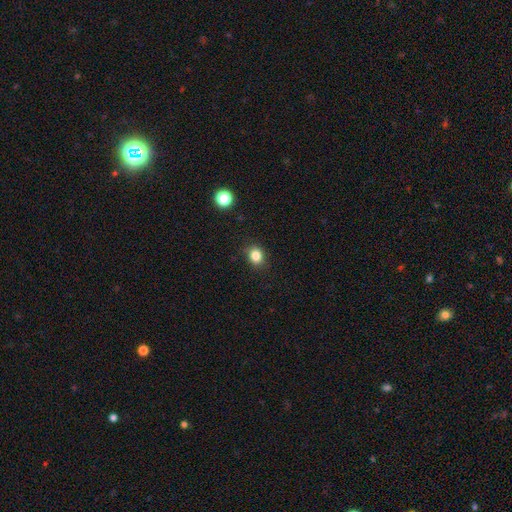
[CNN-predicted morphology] The model was most divided on "how rounded": round: 62%, in between: 37%, cigar-shaped: 1%. More confident: merging — none (87%); smooth or featured — smooth (83%).